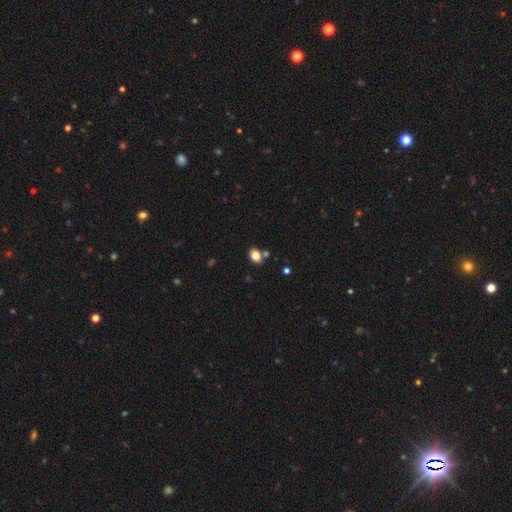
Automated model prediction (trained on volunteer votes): A smooth galaxy with no disk features (83%) that is in between round and cigar-shaped (59%).

Vote fractions:
- Smooth or featured? smooth: 83% / star or artifact: 11% / featured or disk: 6%
- How rounded? in between: 59% / round: 40% / cigar-shaped: 1%
- Merging? none: 70% / merger: 15% / minor disturbance: 12% / major disturbance: 3%